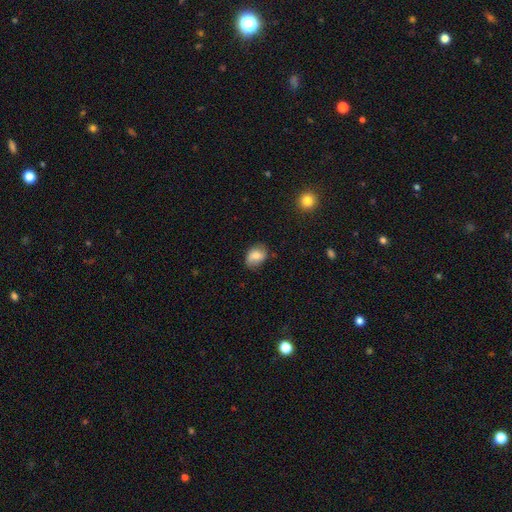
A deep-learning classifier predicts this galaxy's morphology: Smooth or featured? smooth (66%)
How rounded? in between (68%)
Merging? none (67%)